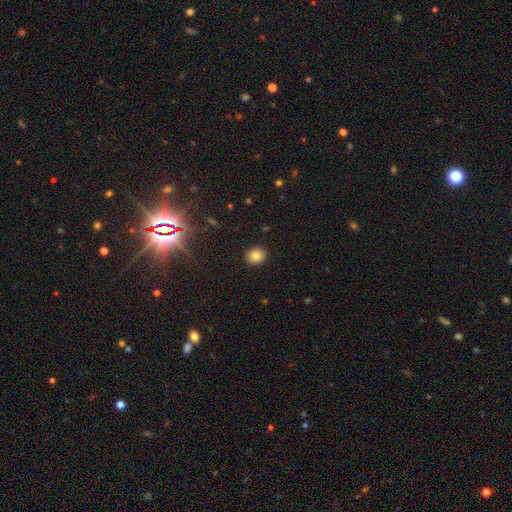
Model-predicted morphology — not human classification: smooth-or-featured: smooth: 81% | star or artifact: 12% | featured or disk: 8%
  how-rounded: round: 63% | in between: 36% | cigar-shaped: 1%
  merging: none: 90% | minor disturbance: 7% | major disturbance: 2% | merger: 1%